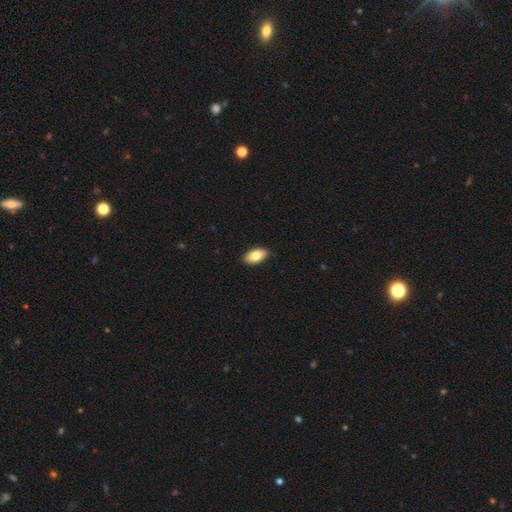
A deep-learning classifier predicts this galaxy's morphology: Smooth or featured? Predicted: smooth (p=0.81). How rounded? Predicted: in between (p=0.93). Merging? Predicted: none (p=0.88).